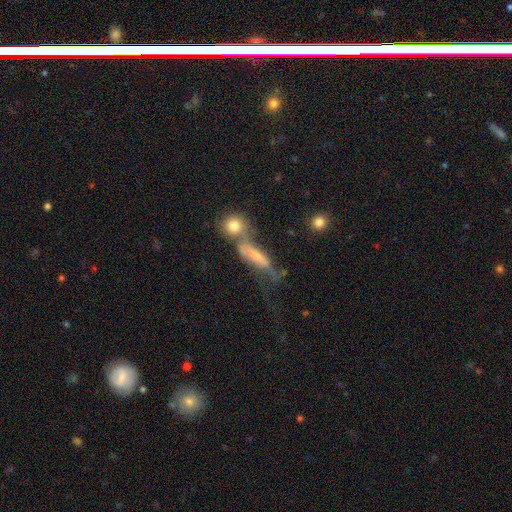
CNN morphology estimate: type=smooth (49%); merging=merger (48%).